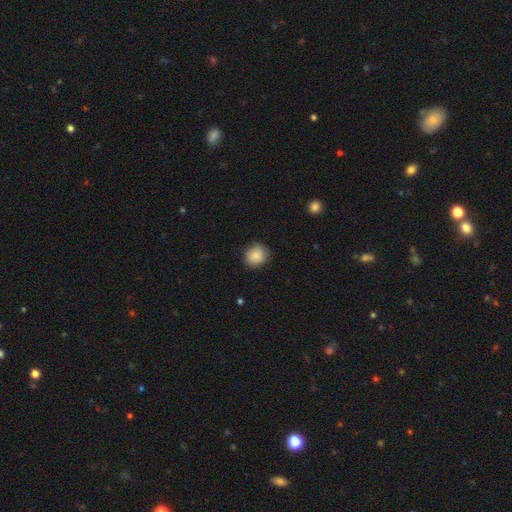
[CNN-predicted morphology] Smooth or featured: smooth — 87% (star or artifact — 7%)
How rounded: round — 77% (in between — 22%)
Merging: none — 83% (minor disturbance — 13%)